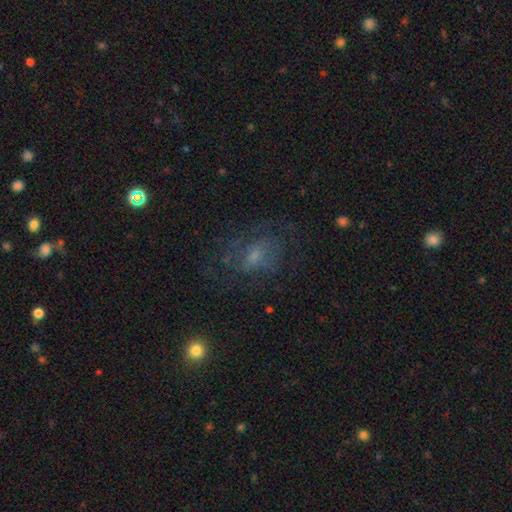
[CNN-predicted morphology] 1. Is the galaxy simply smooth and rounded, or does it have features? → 45% featured or disk, 39% smooth, 16% star or artifact.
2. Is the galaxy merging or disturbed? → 53% none, 25% major disturbance, 20% minor disturbance, 2% merger.